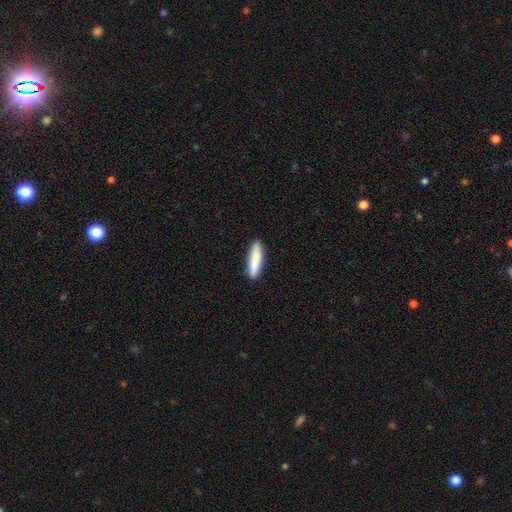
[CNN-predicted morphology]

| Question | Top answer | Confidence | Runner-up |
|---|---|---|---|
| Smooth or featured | smooth | 85% | featured or disk (10%) |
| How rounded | cigar-shaped | 77% | in between (22%) |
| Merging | none | 89% | minor disturbance (8%) |